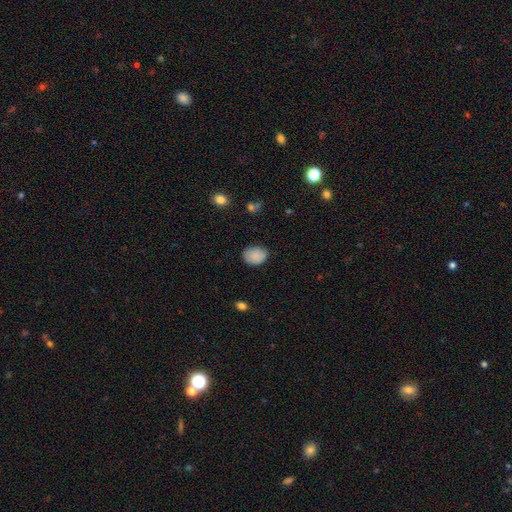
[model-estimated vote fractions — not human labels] smooth-or-featured: smooth: 88% | star or artifact: 7% | featured or disk: 4%
  how-rounded: in between: 67% | round: 33% | cigar-shaped: 1%
  merging: none: 80% | minor disturbance: 16% | major disturbance: 3% | merger: 1%